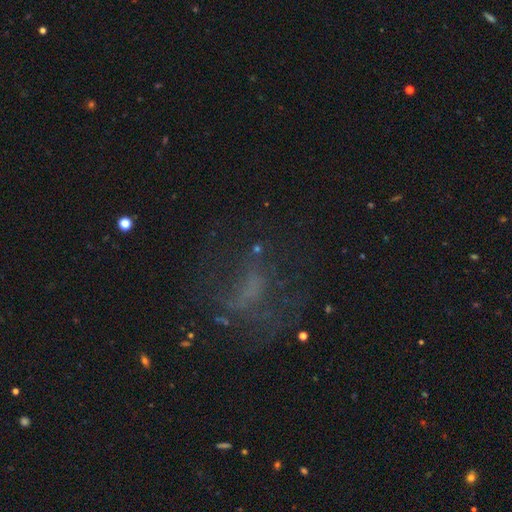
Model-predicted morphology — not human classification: Smooth or featured: featured or disk — 43% (star or artifact — 31%)
Merging: none — 48% (major disturbance — 33%)